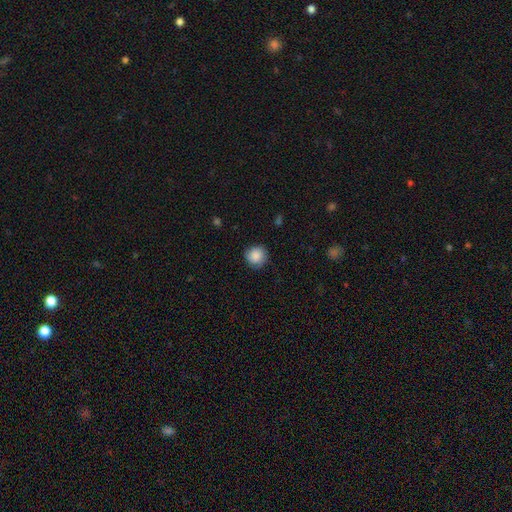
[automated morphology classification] smooth_or_featured: smooth (p=0.86) [alt: star or artifact p=0.08]
how_rounded: round (p=0.91) [alt: in between p=0.08]
merging: none (p=0.83) [alt: minor disturbance p=0.13]